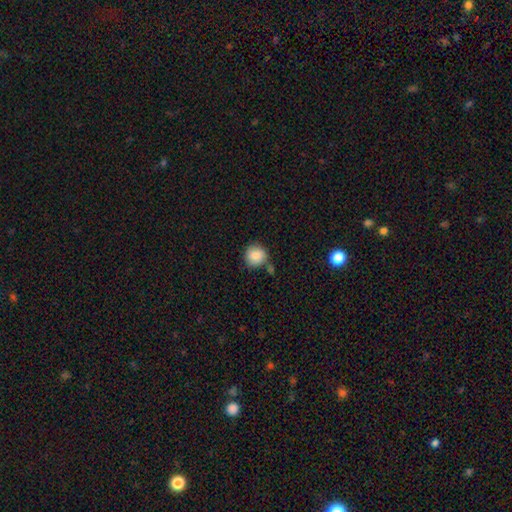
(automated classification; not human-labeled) The model was most divided on "merging": none: 71%, minor disturbance: 14%, merger: 11%, major disturbance: 4%. More confident: how rounded — round (91%); smooth or featured — smooth (87%).